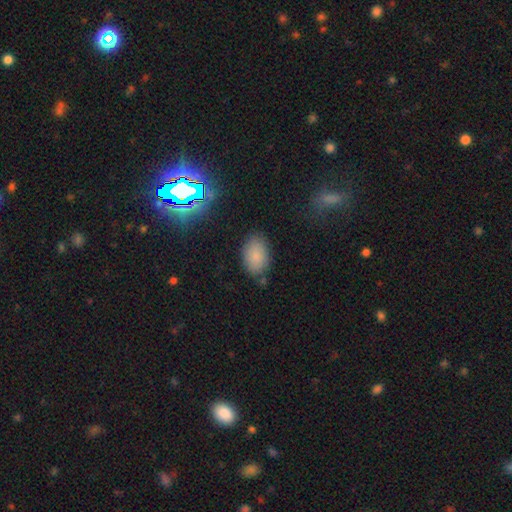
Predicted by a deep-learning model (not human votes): A smooth galaxy with no disk features (81%) that is in between round and cigar-shaped (89%). Merging: none (79%).